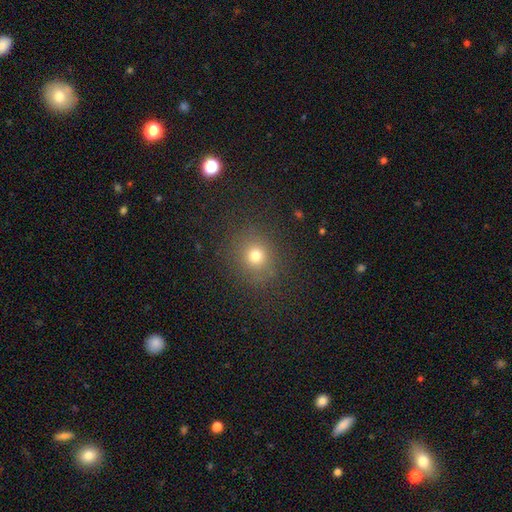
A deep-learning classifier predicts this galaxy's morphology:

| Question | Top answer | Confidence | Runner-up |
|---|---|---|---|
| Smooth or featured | smooth | 73% | star or artifact (19%) |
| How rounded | round | 85% | in between (14%) |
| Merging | none | 86% | minor disturbance (9%) |